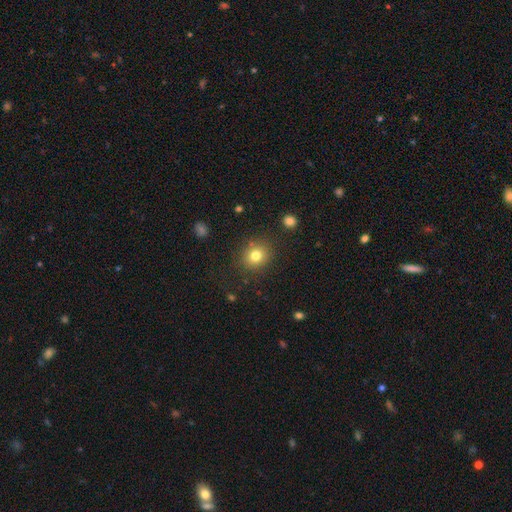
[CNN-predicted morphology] smooth-or-featured: smooth: 79% | star or artifact: 12% | featured or disk: 8%
  how-rounded: round: 80% | in between: 19% | cigar-shaped: 1%
  merging: none: 85% | minor disturbance: 9% | major disturbance: 3% | merger: 2%